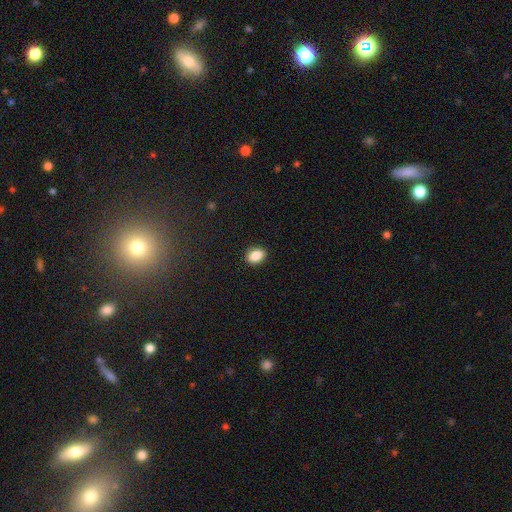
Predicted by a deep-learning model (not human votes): A smooth galaxy with no disk features (88%) that is in between round and cigar-shaped (79%).

Vote fractions:
- Smooth or featured? smooth: 88% / star or artifact: 8% / featured or disk: 4%
- How rounded? in between: 79% / round: 20% / cigar-shaped: 1%
- Merging? none: 89% / minor disturbance: 8% / major disturbance: 2% / merger: 1%